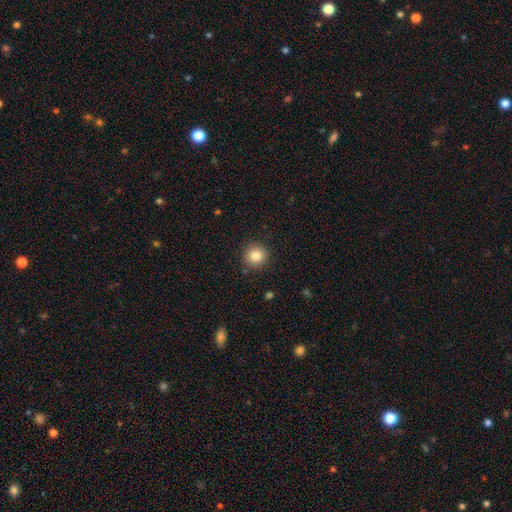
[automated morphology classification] Smooth or featured? Predicted: smooth (p=0.83). How rounded? Predicted: round (p=0.92). Merging? Predicted: none (p=0.89).